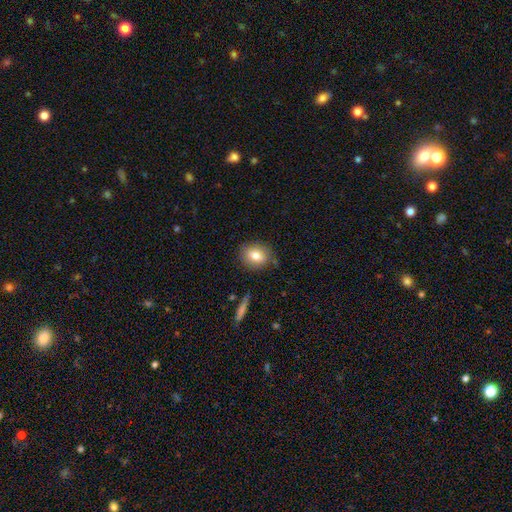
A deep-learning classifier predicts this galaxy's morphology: Smooth or featured?
  - smooth: 79% *
  - featured or disk: 12%
  - star or artifact: 9%
How rounded?
  - round: 53% *
  - in between: 46%
  - cigar-shaped: 1%
Merging?
  - none: 81% *
  - minor disturbance: 14%
  - major disturbance: 3%
  - merger: 2%